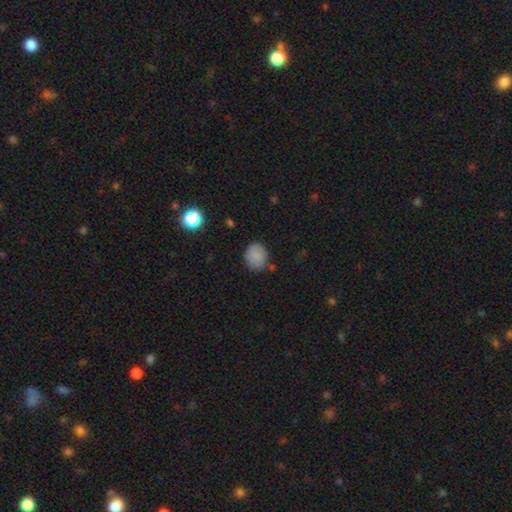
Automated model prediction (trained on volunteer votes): Smooth or featured: smooth — 83% (star or artifact — 9%)
How rounded: round — 68% (in between — 31%)
Merging: none — 78% (minor disturbance — 15%)